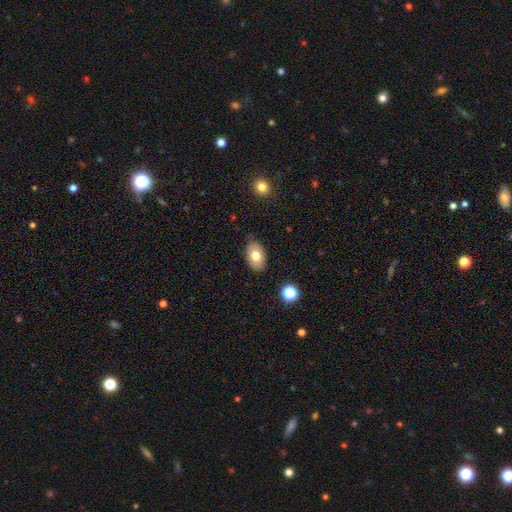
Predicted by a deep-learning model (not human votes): A smooth galaxy with no disk features (75%) that is in between round and cigar-shaped (89%).

Vote fractions:
- Smooth or featured? smooth: 75% / featured or disk: 17% / star or artifact: 8%
- How rounded? in between: 89% / round: 9% / cigar-shaped: 1%
- Merging? none: 83% / minor disturbance: 13% / major disturbance: 3% / merger: 2%